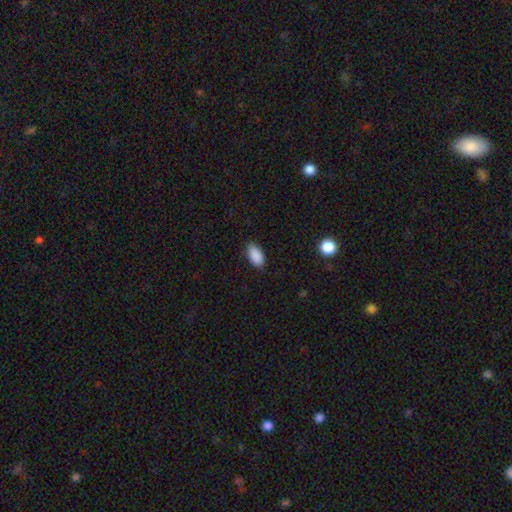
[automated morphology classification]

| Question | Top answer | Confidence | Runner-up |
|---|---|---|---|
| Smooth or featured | smooth | 90% | star or artifact (7%) |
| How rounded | in between | 93% | cigar-shaped (4%) |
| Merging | none | 83% | minor disturbance (14%) |